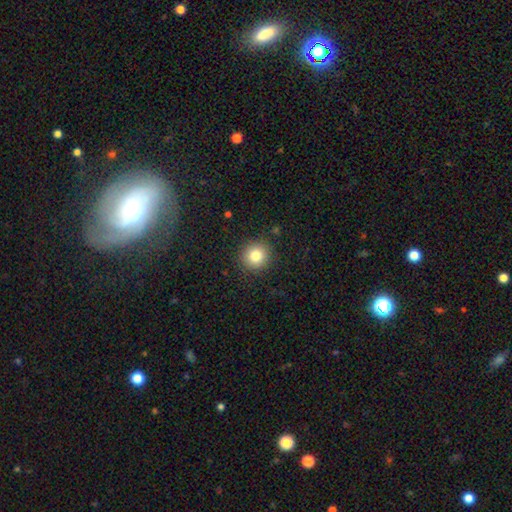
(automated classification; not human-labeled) Overall: smooth (81%). How rounded: round (92%). Merging: none (90%).